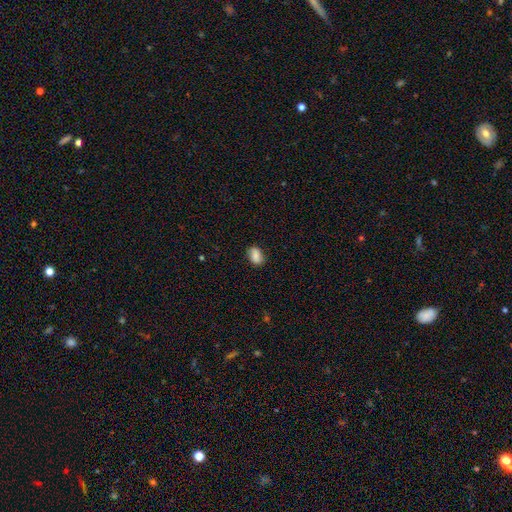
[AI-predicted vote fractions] smooth 84%, star or artifact 8%, featured or disk 8%. Down the decision tree: how rounded — in between (84%); merging — none (80%).